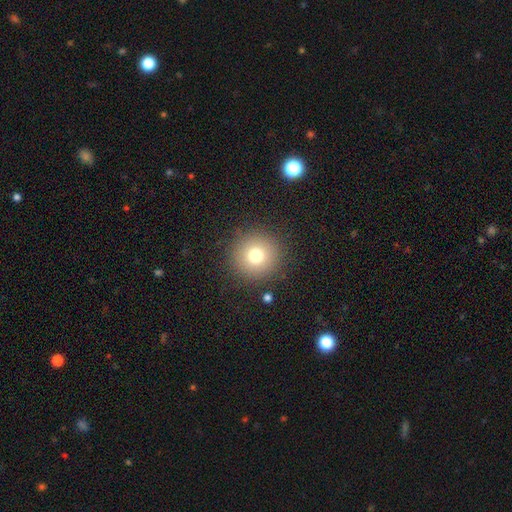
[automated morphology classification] Smooth or featured? Predicted: smooth (p=0.75). How rounded? Predicted: round (p=0.95). Merging? Predicted: none (p=0.89).